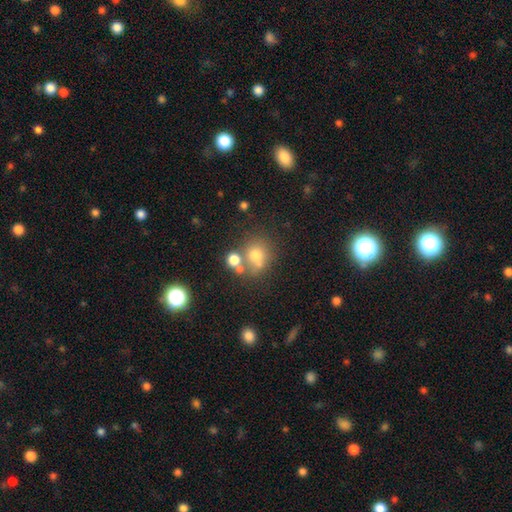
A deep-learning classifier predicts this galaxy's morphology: Smooth or featured? smooth (66%)
How rounded? round (78%)
Merging? none (52%)